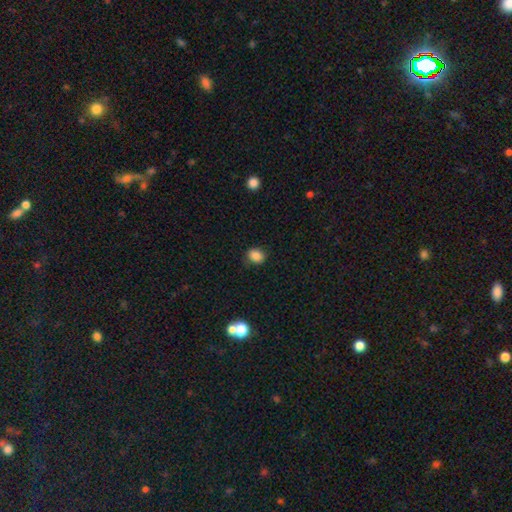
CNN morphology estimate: The model was most divided on "how rounded": round: 59%, in between: 40%, cigar-shaped: 1%. More confident: smooth or featured — smooth (85%); merging — none (82%).